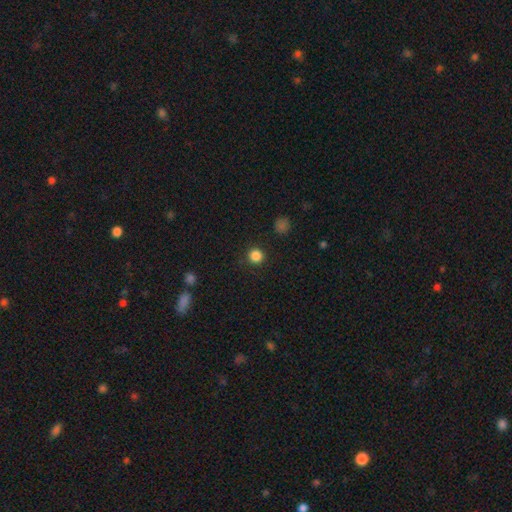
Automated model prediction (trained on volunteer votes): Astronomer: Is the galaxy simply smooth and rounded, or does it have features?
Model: smooth — 85%.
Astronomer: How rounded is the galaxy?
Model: round — 96%.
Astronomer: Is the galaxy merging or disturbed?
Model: none — 92%.